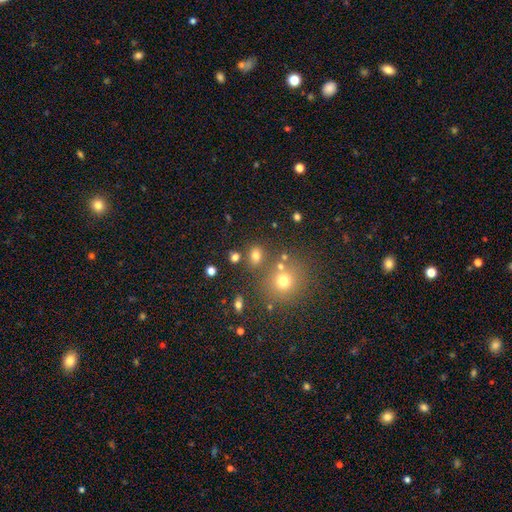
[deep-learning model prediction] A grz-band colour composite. It shows a smooth galaxy with no disk features (72%) that is in between round and cigar-shaped (52%). Merging: none (73%).